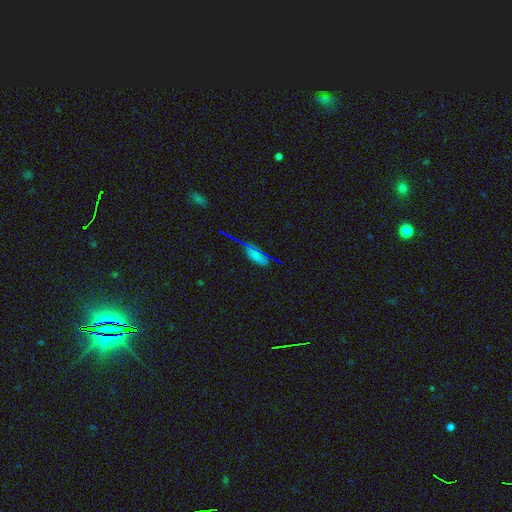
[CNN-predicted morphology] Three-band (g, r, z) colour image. It shows a smooth galaxy with no disk features (53%) that is in between round and cigar-shaped (75%). Merging: none (74%).